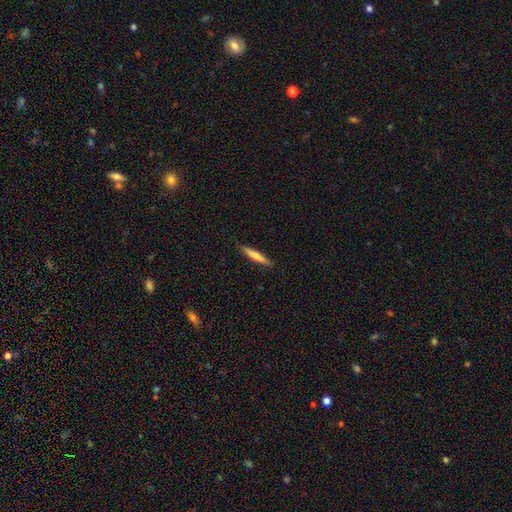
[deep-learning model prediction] smooth-or-featured: smooth: 65% | featured or disk: 29% | star or artifact: 6%
  how-rounded: cigar-shaped: 92% | in between: 7% | round: 1%
  merging: none: 89% | minor disturbance: 8% | major disturbance: 2% | merger: 1%